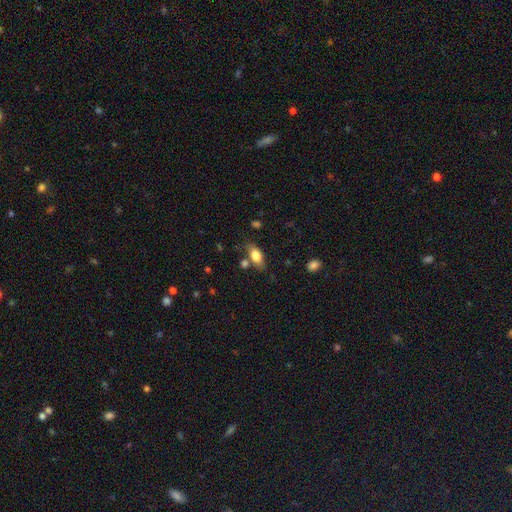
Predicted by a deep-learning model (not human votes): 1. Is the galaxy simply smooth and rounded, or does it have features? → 77% smooth, 15% featured or disk, 8% star or artifact.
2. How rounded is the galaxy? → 85% in between, 9% cigar-shaped, 6% round.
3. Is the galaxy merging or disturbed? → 68% none, 17% minor disturbance, 10% merger, 5% major disturbance.